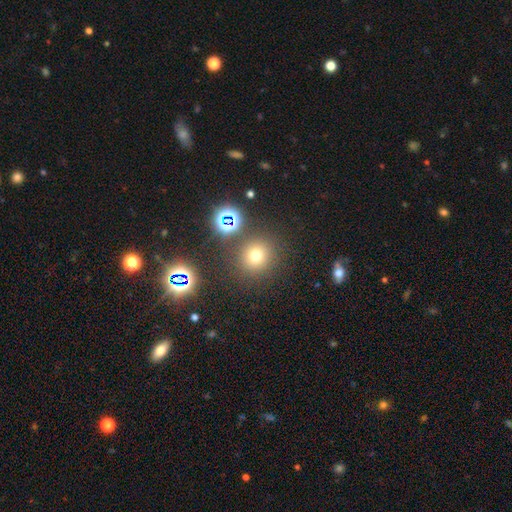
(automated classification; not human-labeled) Overall: smooth (66%). How rounded: round (91%). Merging: none (84%).